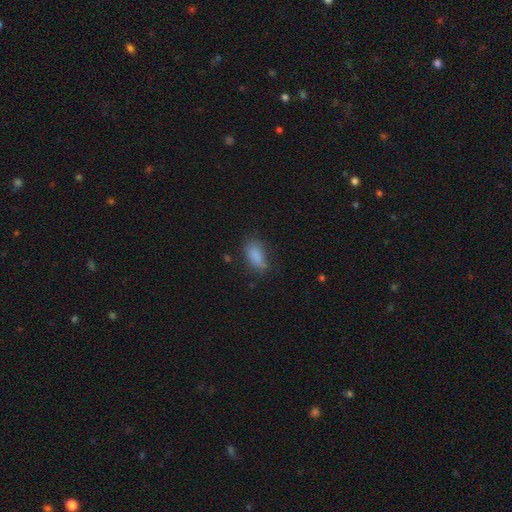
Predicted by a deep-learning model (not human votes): Overall: smooth (84%). How rounded: in between (89%). Merging: none (64%; minor disturbance 25%).